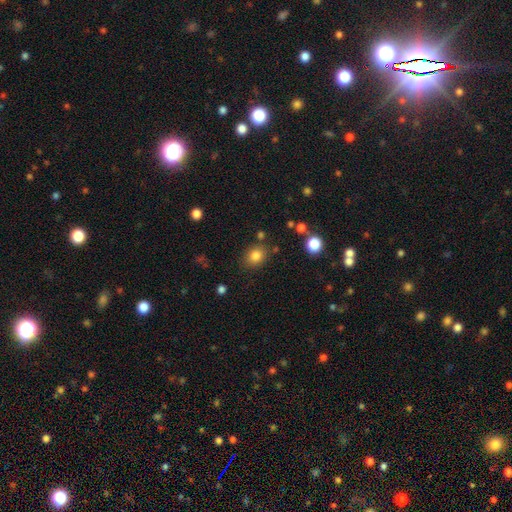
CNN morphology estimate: This is clearly a smooth galaxy (82%). How rounded: possibly round (58%). Merging: clearly none (81%).